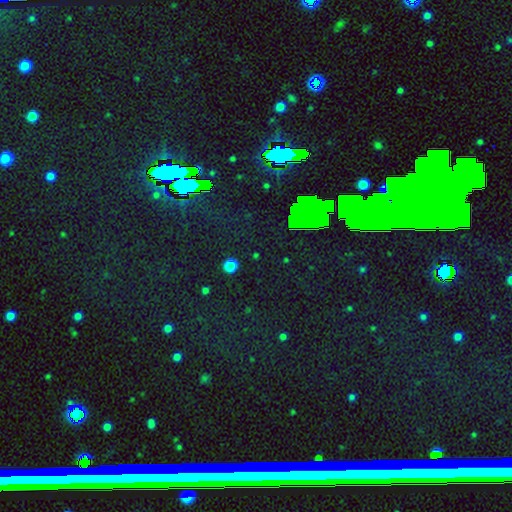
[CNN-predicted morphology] smooth_or_featured: star or artifact (p=0.67) [alt: smooth p=0.24]